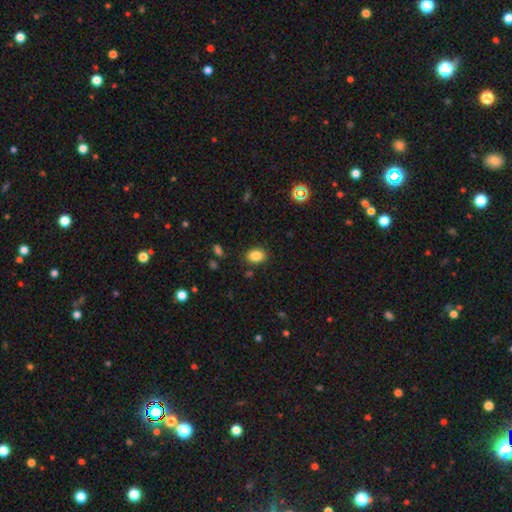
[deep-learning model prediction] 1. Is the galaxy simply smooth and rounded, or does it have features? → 85% smooth, 10% star or artifact, 5% featured or disk.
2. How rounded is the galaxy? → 71% in between, 28% round, 1% cigar-shaped.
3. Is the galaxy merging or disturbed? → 86% none, 10% minor disturbance, 3% major disturbance, 2% merger.